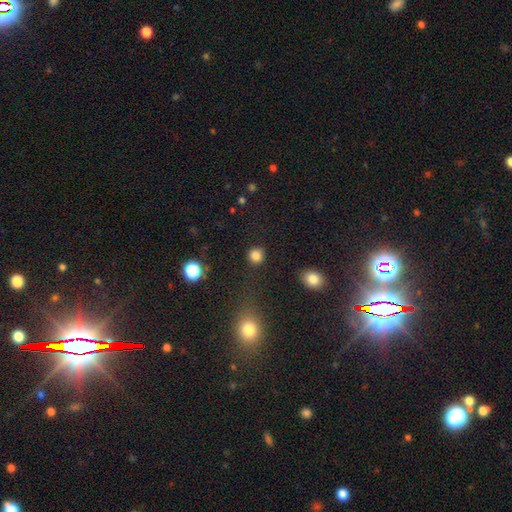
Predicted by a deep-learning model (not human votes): smooth-or-featured: smooth: 85% | star or artifact: 12% | featured or disk: 4%
  how-rounded: round: 88% | in between: 11% | cigar-shaped: 1%
  merging: none: 86% | minor disturbance: 9% | major disturbance: 3% | merger: 2%